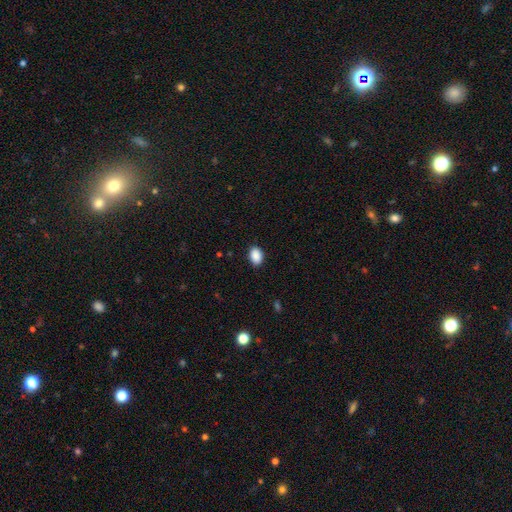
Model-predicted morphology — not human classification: Smooth or featured: smooth — 90% (star or artifact — 8%)
How rounded: in between — 78% (round — 21%)
Merging: none — 87% (minor disturbance — 10%)